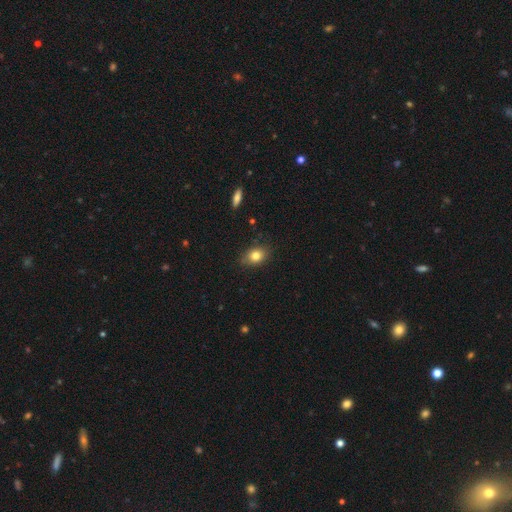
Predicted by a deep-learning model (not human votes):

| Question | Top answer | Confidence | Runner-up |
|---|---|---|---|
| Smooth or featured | smooth | 81% | star or artifact (9%) |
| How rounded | in between | 70% | round (28%) |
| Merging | none | 81% | minor disturbance (15%) |